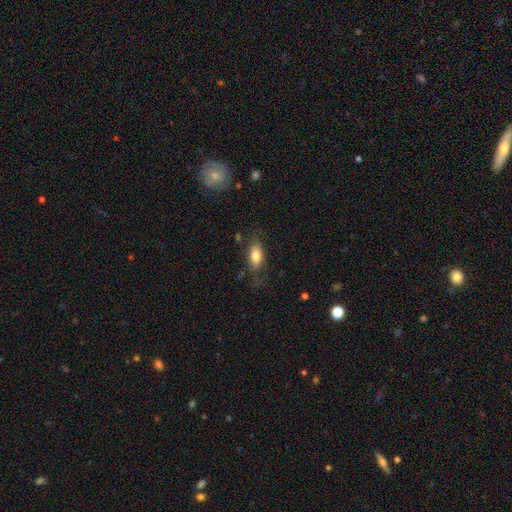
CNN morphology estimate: Smooth or featured: smooth — 76% (featured or disk — 17%)
How rounded: in between — 87% (cigar-shaped — 8%)
Merging: none — 66% (minor disturbance — 20%)